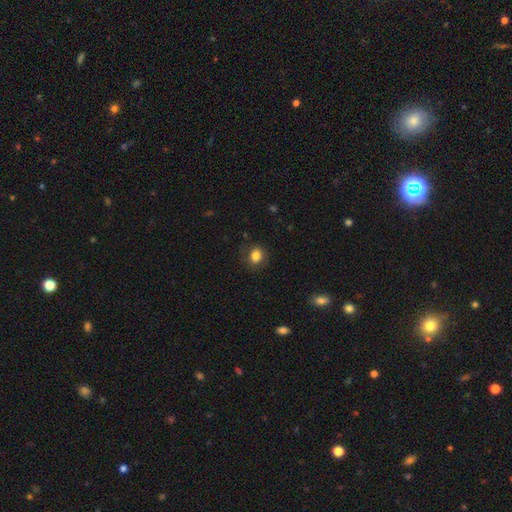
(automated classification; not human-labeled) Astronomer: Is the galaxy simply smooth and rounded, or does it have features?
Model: smooth — 81%.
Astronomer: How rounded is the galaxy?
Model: round — 58% (runner-up: in between, 41%).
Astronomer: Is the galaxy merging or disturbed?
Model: none — 79%.